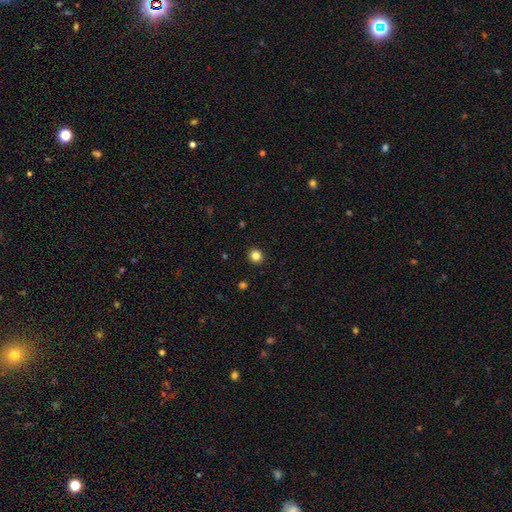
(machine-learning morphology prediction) smooth 84%, star or artifact 12%, featured or disk 4%. Down the decision tree: how rounded — round (92%); merging — none (93%).